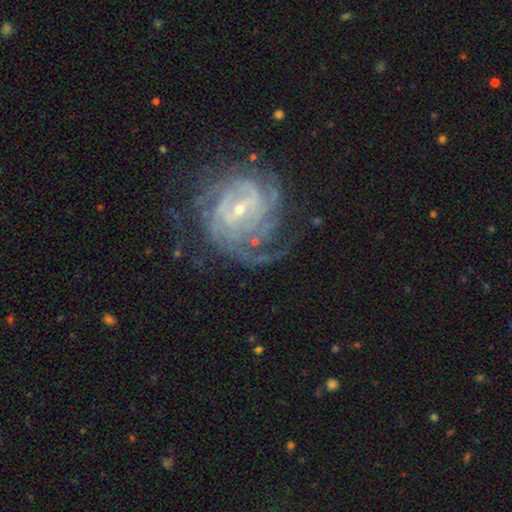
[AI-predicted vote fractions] Smooth or featured: featured or disk — 87% (star or artifact — 8%)
Edge-on disk: no — 97% (yes — 3%)
Bar: weak — 46% (no — 30%)
Spiral arms: yes — 97% (no — 3%)
Spiral winding: tight — 69% (medium — 25%)
Spiral arm count: can't tell — 30% (4 — 21%)
Bulge size: small — 74% (moderate — 22%)
Merging: none — 67% (minor disturbance — 18%)